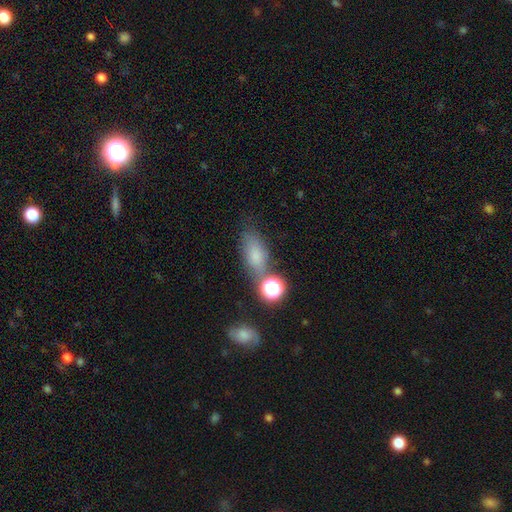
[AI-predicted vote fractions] Smooth or featured?
  - smooth: 72% *
  - star or artifact: 15%
  - featured or disk: 12%
How rounded?
  - in between: 79% *
  - round: 12%
  - cigar-shaped: 9%
Merging?
  - none: 57% *
  - minor disturbance: 19%
  - merger: 15%
  - major disturbance: 8%